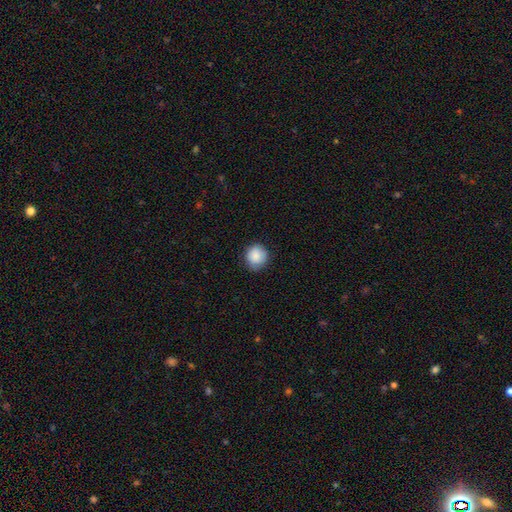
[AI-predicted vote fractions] Smooth or featured?
  - smooth: 87% *
  - star or artifact: 8%
  - featured or disk: 6%
How rounded?
  - round: 83% *
  - in between: 16%
  - cigar-shaped: 1%
Merging?
  - none: 80% *
  - minor disturbance: 16%
  - major disturbance: 3%
  - merger: 1%